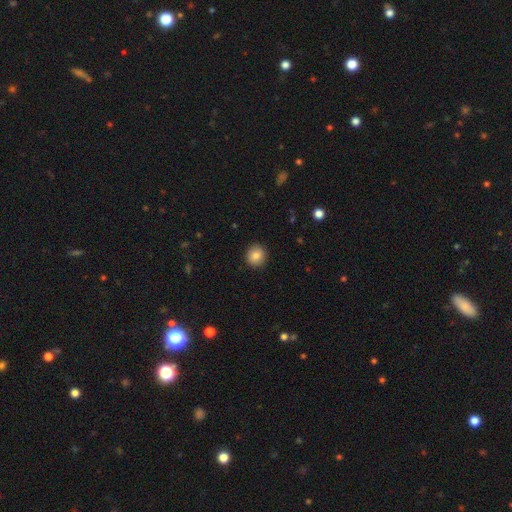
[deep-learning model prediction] smooth_or_featured: smooth (p=0.85) [alt: star or artifact p=0.09]
how_rounded: round (p=0.89) [alt: in between p=0.10]
merging: none (p=0.91) [alt: minor disturbance p=0.06]